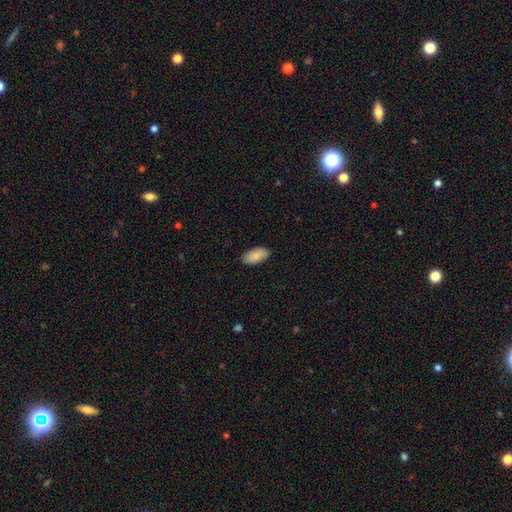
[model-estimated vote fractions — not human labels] A smooth galaxy with no disk features (88%) that is in between round and cigar-shaped (94%).

Vote fractions:
- Smooth or featured? smooth: 88% / featured or disk: 6% / star or artifact: 6%
- How rounded? in between: 94% / cigar-shaped: 4% / round: 2%
- Merging? none: 88% / minor disturbance: 9% / major disturbance: 2% / merger: 1%